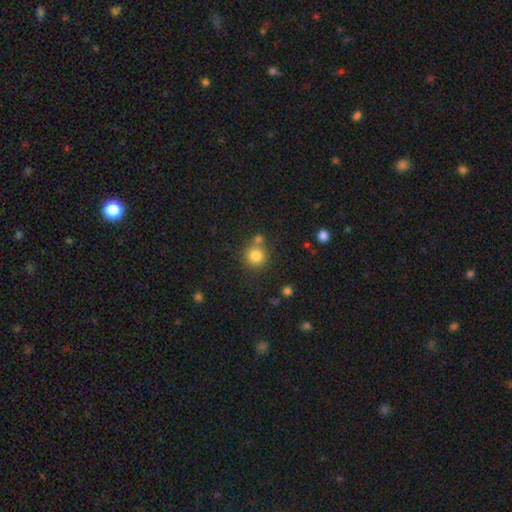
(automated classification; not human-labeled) This appears to be a smooth galaxy with no disk features (82%) that is round (92%). Merging: none (69%).